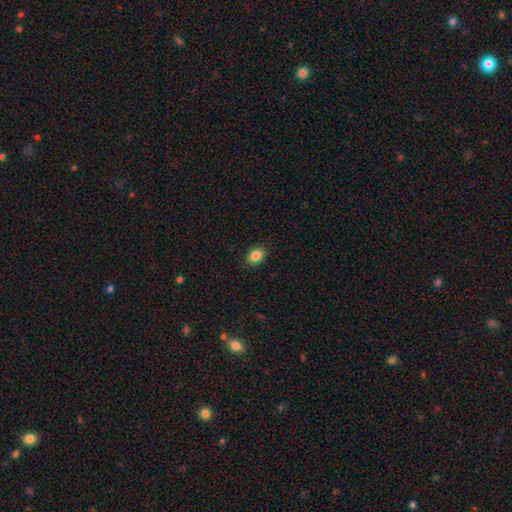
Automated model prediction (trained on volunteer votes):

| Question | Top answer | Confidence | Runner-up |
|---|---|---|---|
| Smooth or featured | smooth | 85% | star or artifact (9%) |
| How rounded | in between | 60% | round (39%) |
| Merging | none | 90% | minor disturbance (8%) |